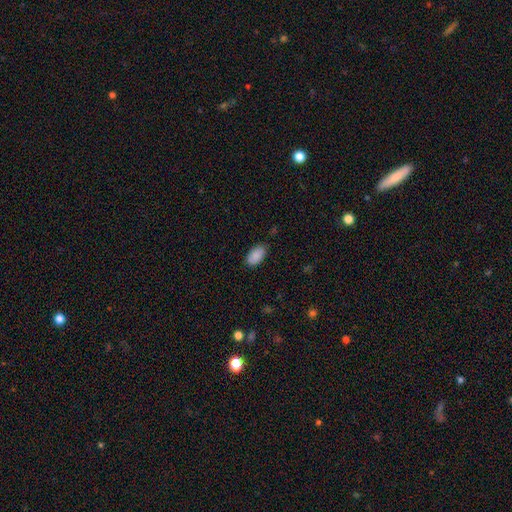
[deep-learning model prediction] This is clearly a smooth galaxy (89%). How rounded: clearly in between (95%). Merging: clearly none (84%).